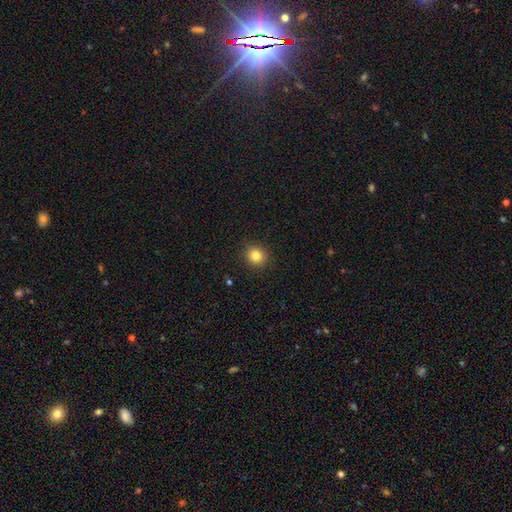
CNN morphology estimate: A smooth galaxy with no disk features (83%) that is round (90%).

Vote fractions:
- Smooth or featured? smooth: 83% / star or artifact: 11% / featured or disk: 5%
- How rounded? round: 90% / in between: 9% / cigar-shaped: 1%
- Merging? none: 92% / minor disturbance: 5% / major disturbance: 2% / merger: 1%